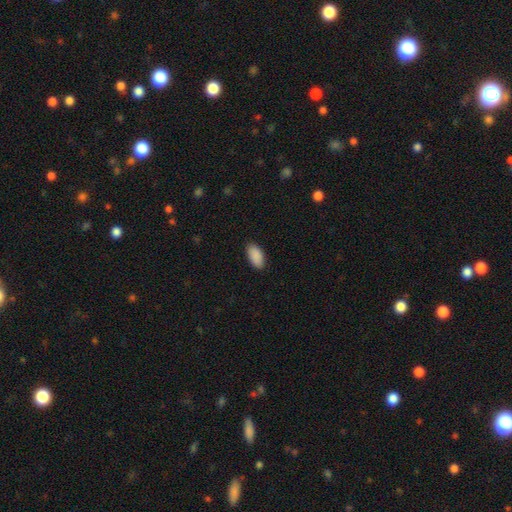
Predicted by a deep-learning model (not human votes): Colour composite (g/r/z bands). It shows a smooth galaxy with no disk features (91%) that is in between round and cigar-shaped (95%). Merging: none (88%).